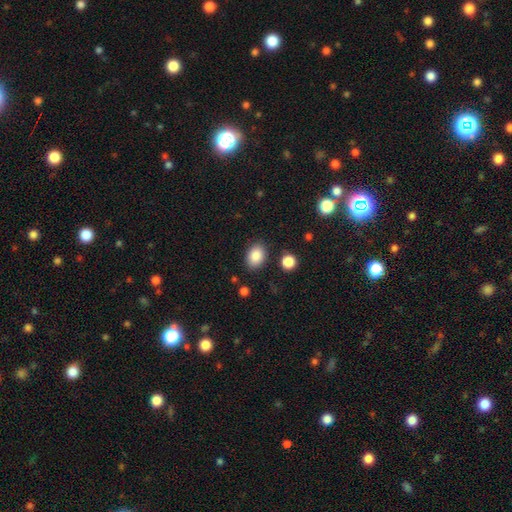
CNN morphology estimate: smooth-or-featured: smooth: 87% | star or artifact: 8% | featured or disk: 5%
  how-rounded: in between: 78% | round: 21% | cigar-shaped: 1%
  merging: none: 85% | minor disturbance: 10% | major disturbance: 3% | merger: 3%